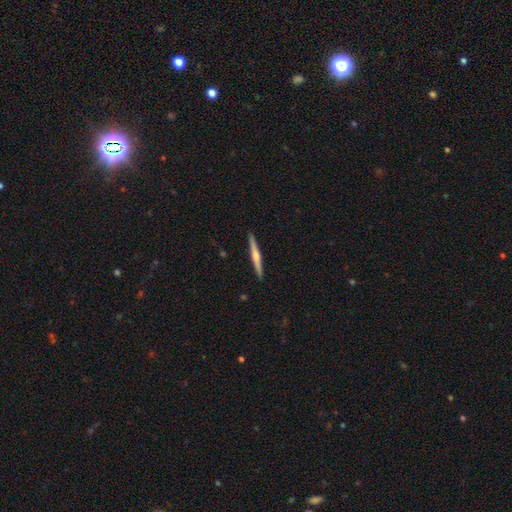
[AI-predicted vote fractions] Smooth or featured: featured or disk — 69% (smooth — 25%)
Edge-on disk: yes — 98% (no — 2%)
Edge-on bulge: rounded — 82% (none — 13%)
Merging: none — 93% (minor disturbance — 5%)